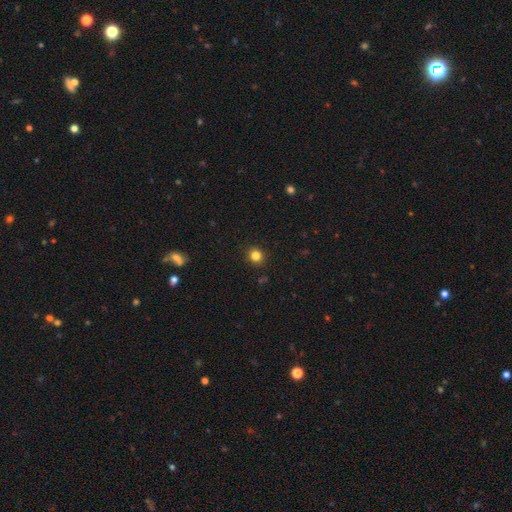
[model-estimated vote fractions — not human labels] Smooth or featured? Predicted: smooth (p=0.82). How rounded? Predicted: round (p=0.85). Merging? Predicted: none (p=0.91).